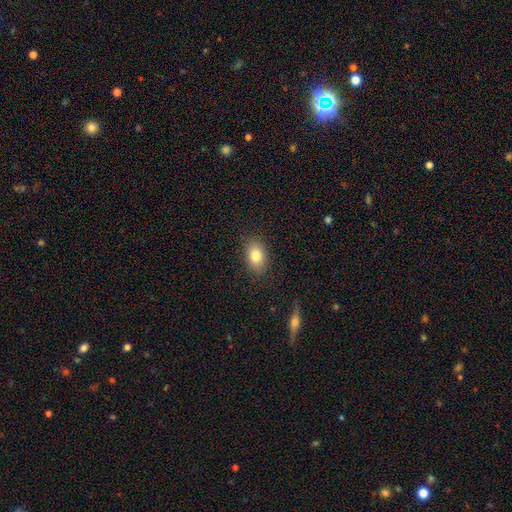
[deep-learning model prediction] The model was most divided on "how rounded": in between: 83%, round: 15%, cigar-shaped: 2%. More confident: merging — none (87%); smooth or featured — smooth (81%).